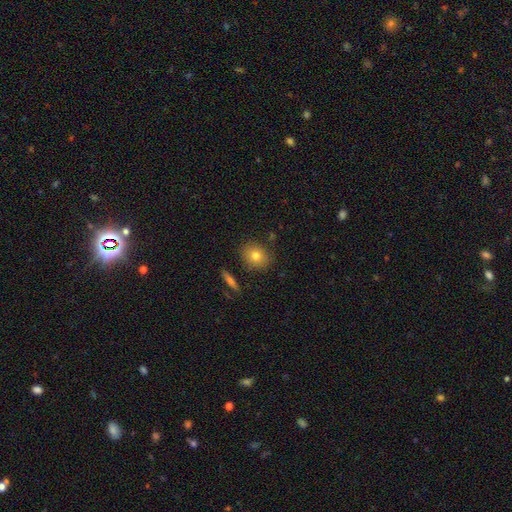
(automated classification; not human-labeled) This appears to be a smooth galaxy with no disk features (77%) that is round (64%). Merging: none (84%).